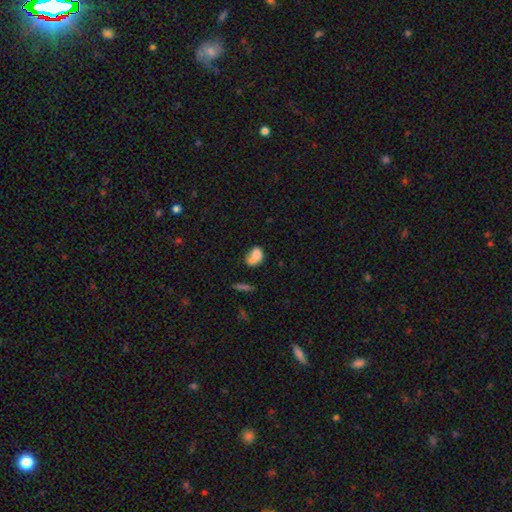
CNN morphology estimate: smooth_or_featured: smooth (p=0.72) [alt: featured or disk p=0.18]
how_rounded: in between (p=0.72) [alt: round p=0.25]
merging: merger (p=0.40) [alt: none p=0.29]